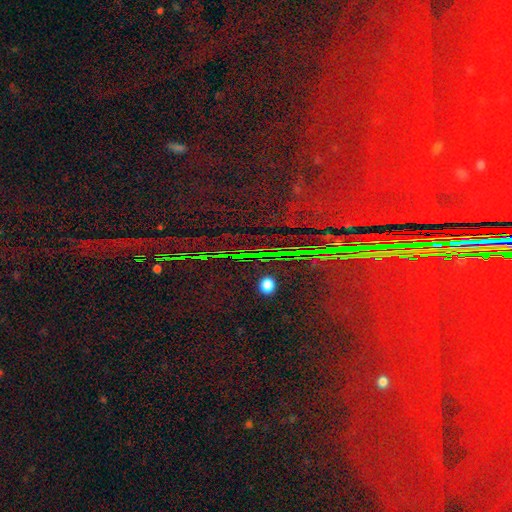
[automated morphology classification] This is clearly a star or artifact rather than a galaxy (84%).